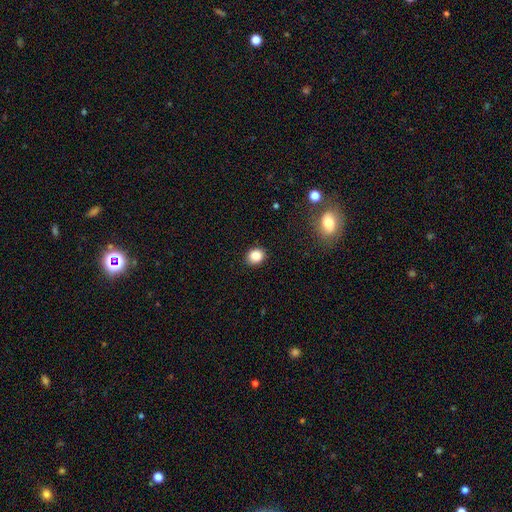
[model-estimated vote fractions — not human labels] A smooth galaxy with no disk features (85%) that is round (65%).

Vote fractions:
- Smooth or featured? smooth: 85% / star or artifact: 10% / featured or disk: 5%
- How rounded? round: 65% / in between: 34% / cigar-shaped: 1%
- Merging? none: 91% / minor disturbance: 6% / major disturbance: 2% / merger: 1%